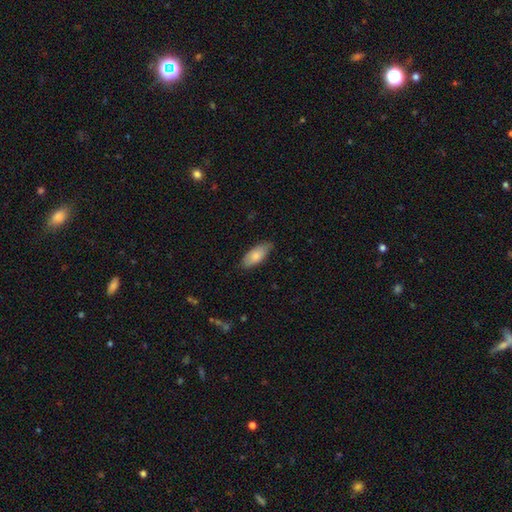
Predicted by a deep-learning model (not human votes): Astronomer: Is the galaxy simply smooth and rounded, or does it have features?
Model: smooth — 77%.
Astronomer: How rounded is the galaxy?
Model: in between — 87%.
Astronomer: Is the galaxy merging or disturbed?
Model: none — 75%.